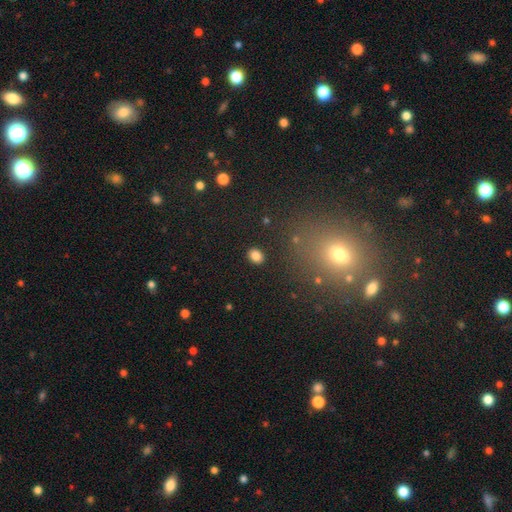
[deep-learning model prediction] This appears to be a smooth galaxy with no disk features (84%) that is in between round and cigar-shaped (56%). Merging: none (89%).